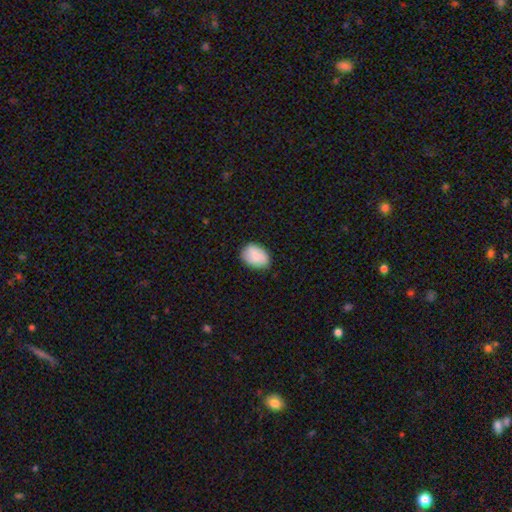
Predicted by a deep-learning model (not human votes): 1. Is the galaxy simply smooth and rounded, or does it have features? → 84% smooth, 10% featured or disk, 7% star or artifact.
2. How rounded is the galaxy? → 79% in between, 20% round, 1% cigar-shaped.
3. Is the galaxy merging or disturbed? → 80% none, 16% minor disturbance, 3% major disturbance, 1% merger.